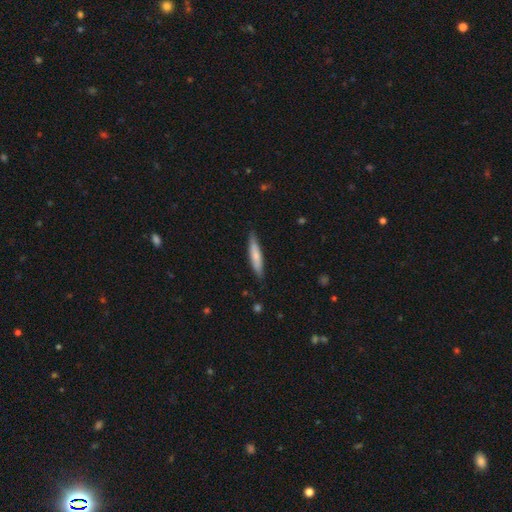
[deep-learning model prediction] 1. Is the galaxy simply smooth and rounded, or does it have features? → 69% smooth, 26% featured or disk, 5% star or artifact.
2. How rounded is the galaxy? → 89% cigar-shaped, 10% in between, 1% round.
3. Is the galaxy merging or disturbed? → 86% none, 11% minor disturbance, 2% major disturbance, 1% merger.